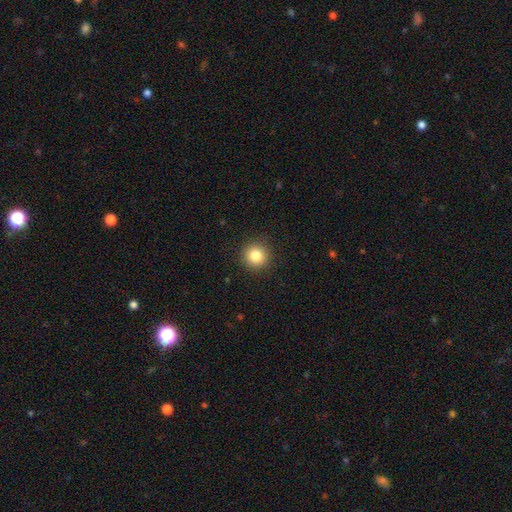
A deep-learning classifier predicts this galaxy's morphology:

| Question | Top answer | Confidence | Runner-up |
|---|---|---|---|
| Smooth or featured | smooth | 83% | star or artifact (11%) |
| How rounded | round | 94% | in between (5%) |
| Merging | none | 92% | minor disturbance (5%) |